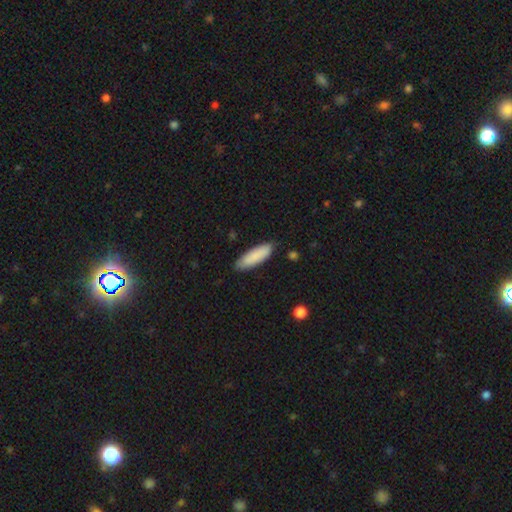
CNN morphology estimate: A smooth galaxy with no disk features (87%) that is in between round and cigar-shaped (54%).

Vote fractions:
- Smooth or featured? smooth: 87% / featured or disk: 8% / star or artifact: 5%
- How rounded? in between: 54% / cigar-shaped: 45% / round: 1%
- Merging? none: 84% / minor disturbance: 12% / major disturbance: 2% / merger: 1%